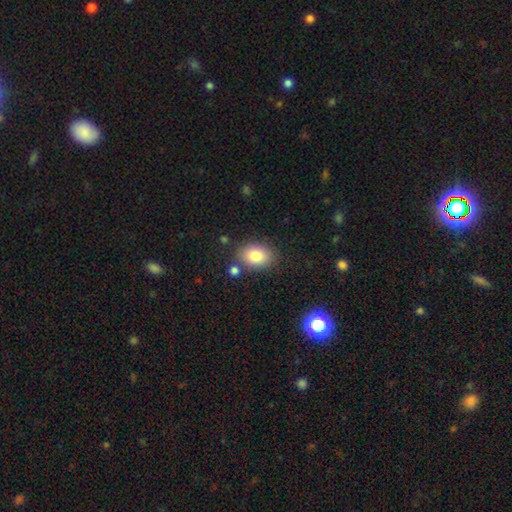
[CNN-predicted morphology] This is clearly a smooth galaxy (83%). How rounded: likely in between (74%). Merging: likely none (78%).